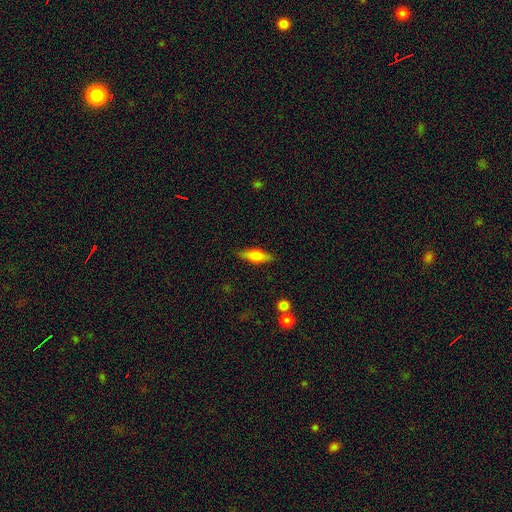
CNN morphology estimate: Smooth or featured? smooth (56%)
How rounded? in between (49%)
Merging? none (86%)